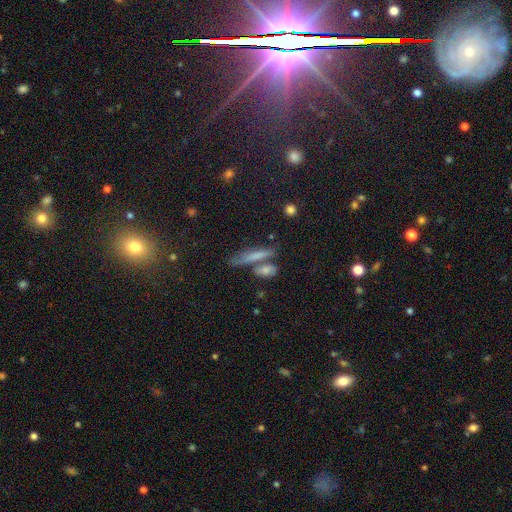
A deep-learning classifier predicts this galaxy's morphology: smooth_or_featured: smooth (p=0.64) [alt: featured or disk p=0.25]
how_rounded: cigar-shaped (p=0.77) [alt: in between p=0.18]
merging: none (p=0.57) [alt: merger p=0.22]